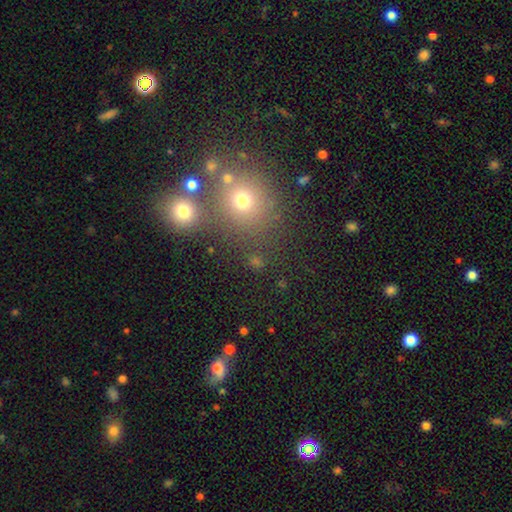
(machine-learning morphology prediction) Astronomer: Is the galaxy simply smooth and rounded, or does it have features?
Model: smooth — 55% (runner-up: star or artifact, 34%).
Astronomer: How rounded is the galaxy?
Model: round — 81%.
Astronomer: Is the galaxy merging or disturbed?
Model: none — 69%.